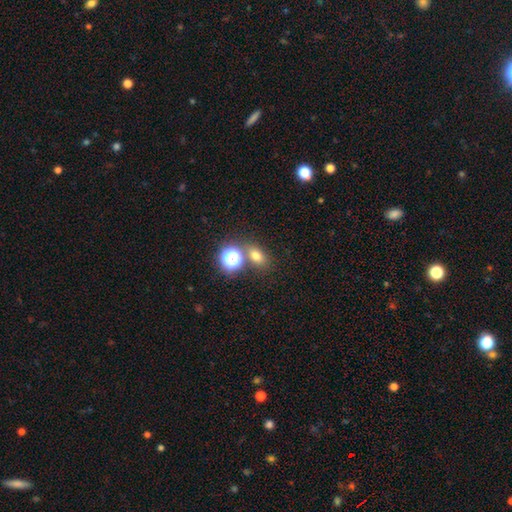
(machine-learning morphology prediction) A smooth galaxy with no disk features (70%) that is in between round and cigar-shaped (56%). Merging: none (70%).